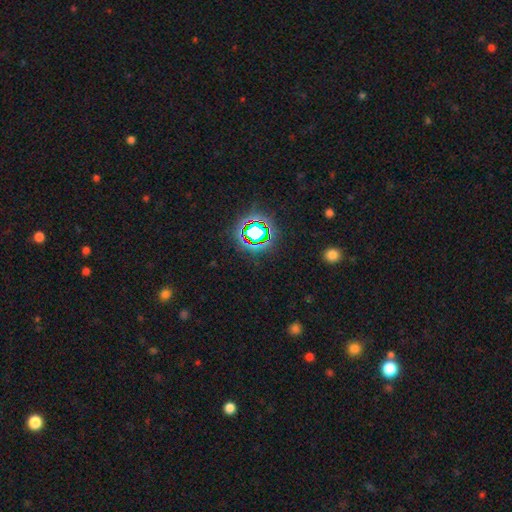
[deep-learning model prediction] This is likely a star or artifact rather than a galaxy (77%).